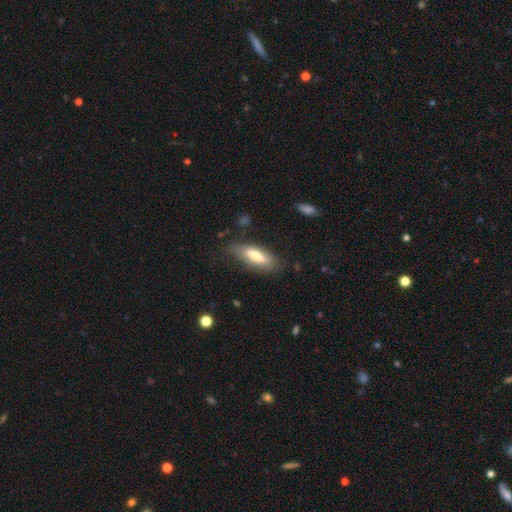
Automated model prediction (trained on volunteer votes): The model was most divided on "how rounded": in between: 57%, cigar-shaped: 41%, round: 2%. More confident: merging — none (73%); smooth or featured — smooth (69%).